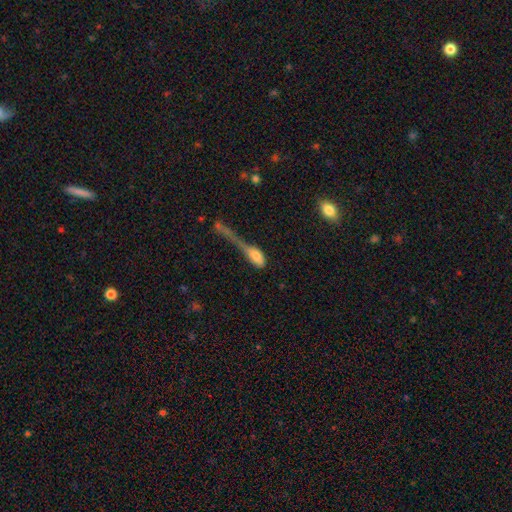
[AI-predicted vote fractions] The model was most divided on "merging": major disturbance: 47%, merger: 21%, minor disturbance: 17%, none: 15%. More confident: how rounded — in between (74%); smooth or featured — smooth (72%).